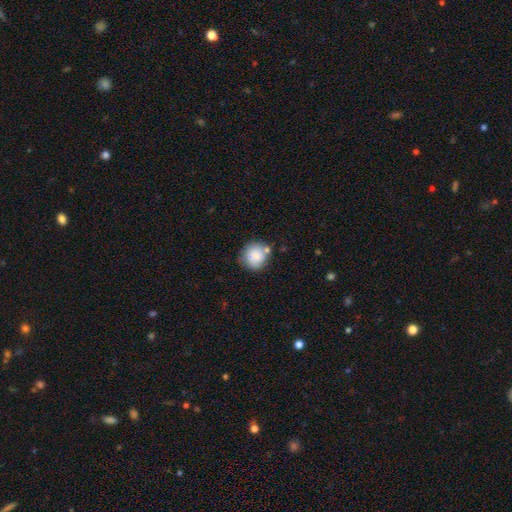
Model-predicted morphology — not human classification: type=smooth (83%); roundness=round (88%); merging=none (70%).